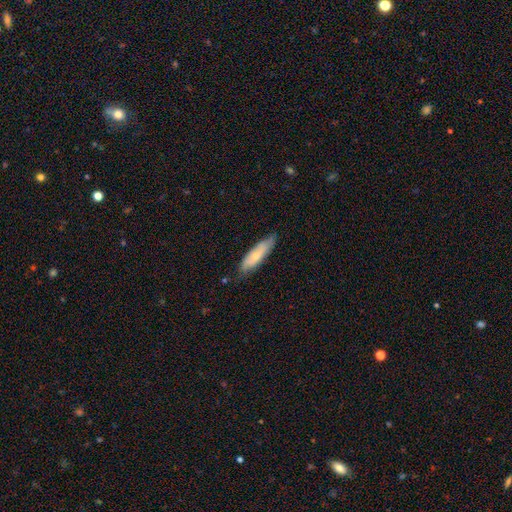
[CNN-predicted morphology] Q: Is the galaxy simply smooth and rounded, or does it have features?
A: smooth — 63%.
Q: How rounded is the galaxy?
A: cigar-shaped — 62%.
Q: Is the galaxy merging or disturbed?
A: none — 75%.